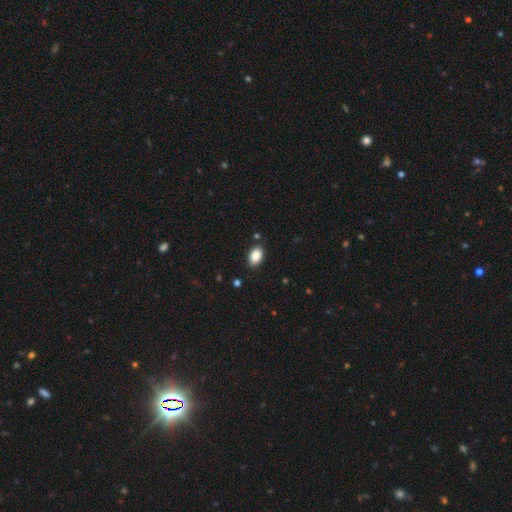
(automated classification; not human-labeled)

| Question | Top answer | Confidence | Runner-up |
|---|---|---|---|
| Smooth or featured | smooth | 88% | star or artifact (8%) |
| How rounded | in between | 91% | round (8%) |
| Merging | none | 87% | minor disturbance (9%) |